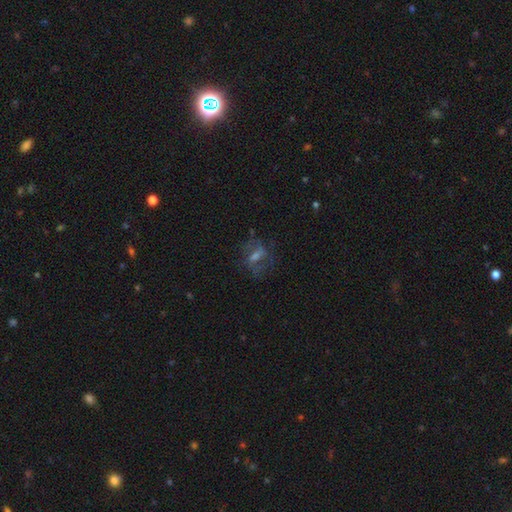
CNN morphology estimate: Q: Smooth or featured?
A: featured or disk (53%); runner-up: smooth (30%)
Q: Edge-on disk?
A: no (90%); runner-up: yes (10%)
Q: Merging?
A: none (63%); runner-up: major disturbance (18%)